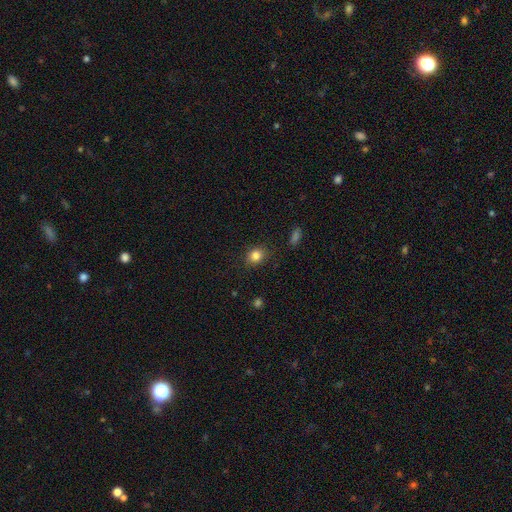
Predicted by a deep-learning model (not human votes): smooth 84%, star or artifact 11%, featured or disk 6%. Down the decision tree: how rounded — round (67%); merging — none (84%).